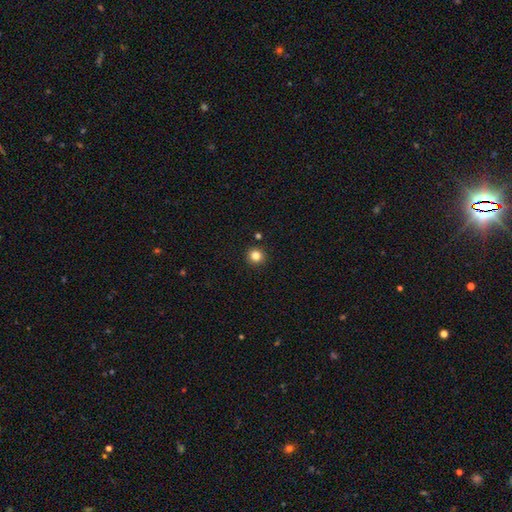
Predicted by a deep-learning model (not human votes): smooth_or_featured: smooth (p=0.83) [alt: star or artifact p=0.12]
how_rounded: round (p=0.95) [alt: in between p=0.04]
merging: none (p=0.92) [alt: minor disturbance p=0.04]